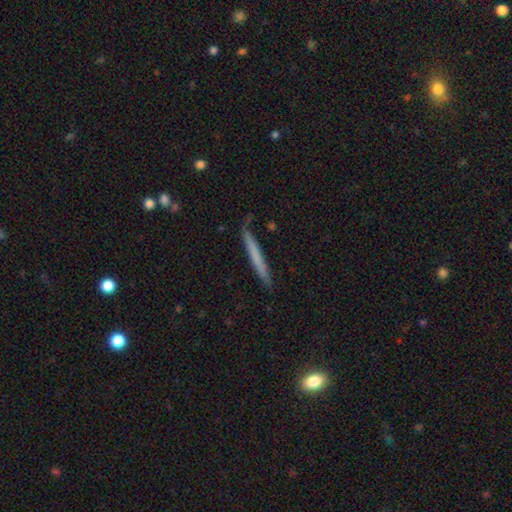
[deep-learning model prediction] A smooth galaxy with no disk features (59%) that is cigar-shaped (97%).

Vote fractions:
- Smooth or featured? smooth: 59% / featured or disk: 35% / star or artifact: 6%
- How rounded? cigar-shaped: 97% / in between: 2% / round: 1%
- Merging? none: 85% / minor disturbance: 12% / major disturbance: 2% / merger: 2%